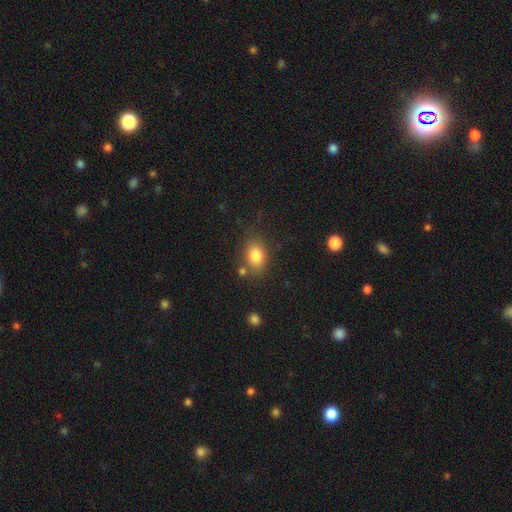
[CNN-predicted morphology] smooth-or-featured: smooth: 82% | star or artifact: 10% | featured or disk: 8%
  how-rounded: in between: 75% | round: 23% | cigar-shaped: 1%
  merging: none: 72% | minor disturbance: 15% | merger: 8% | major disturbance: 5%